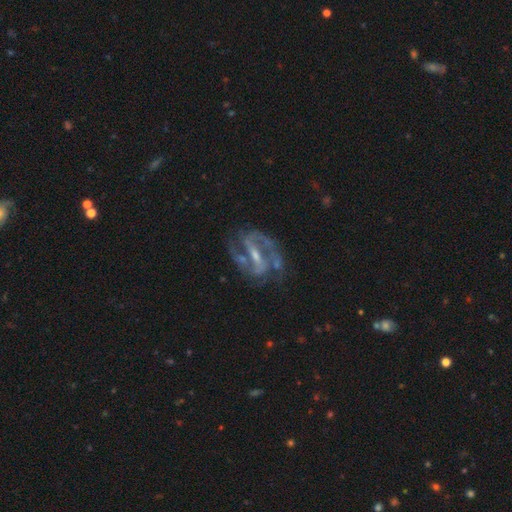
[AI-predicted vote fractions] This appears to be a featured or disk galaxy (90%) with a strong bar (59%), 2 (86%) medium (57%) spiral arms (96%) and a small central bulge (58%). Merging: none (68%).